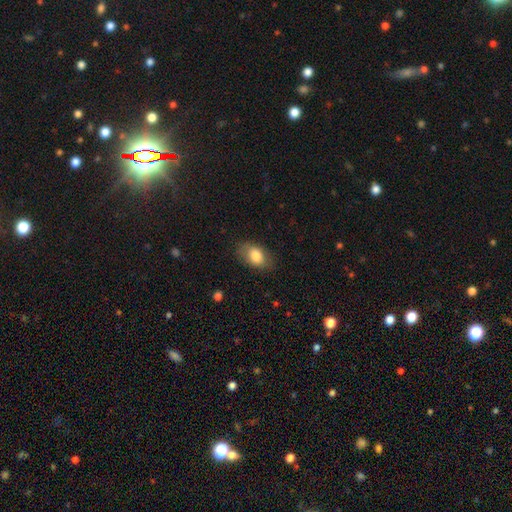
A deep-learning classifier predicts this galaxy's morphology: Smooth or featured? smooth (80%)
How rounded? in between (87%)
Merging? none (79%)